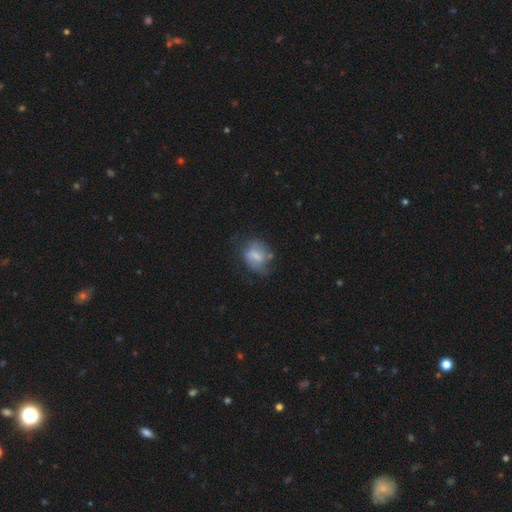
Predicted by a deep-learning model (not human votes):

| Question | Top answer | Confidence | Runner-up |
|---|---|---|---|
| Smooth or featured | smooth | 51% | featured or disk (40%) |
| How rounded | in between | 60% | round (38%) |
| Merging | none | 47% | minor disturbance (31%) |